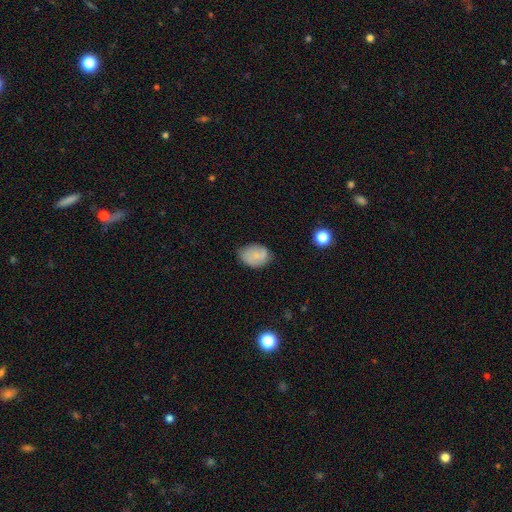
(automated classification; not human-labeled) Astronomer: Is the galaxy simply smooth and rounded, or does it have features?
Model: smooth — 66%.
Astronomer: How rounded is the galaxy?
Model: in between — 74%.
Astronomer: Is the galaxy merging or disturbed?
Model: none — 67%.